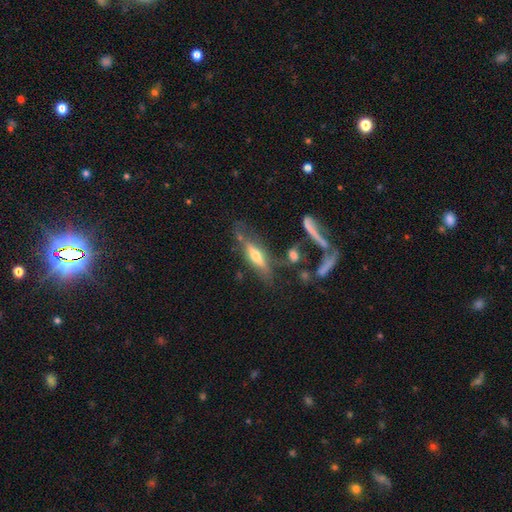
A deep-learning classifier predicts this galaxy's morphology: A featured or disk galaxy (55%) viewed edge-on (82%). Merging: none (57%).